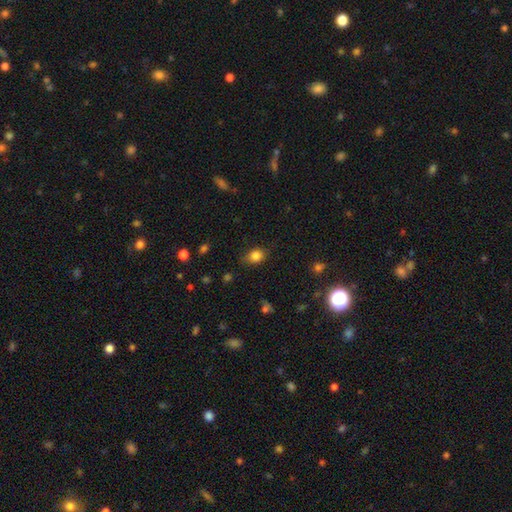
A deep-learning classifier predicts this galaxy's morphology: The model was most divided on "how rounded": in between: 64%, round: 34%, cigar-shaped: 2%. More confident: smooth or featured — smooth (83%); merging — none (74%).